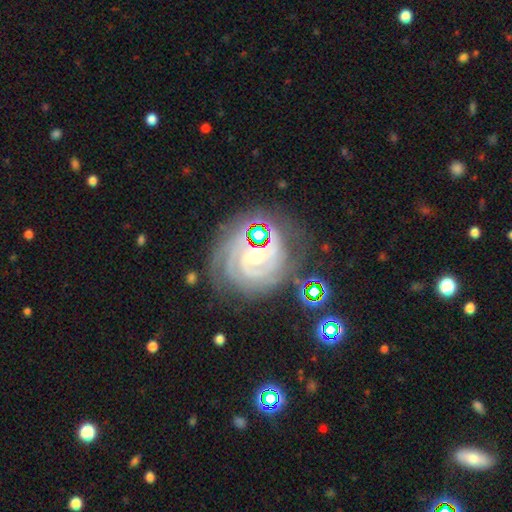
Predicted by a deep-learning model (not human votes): A featured or disk galaxy (84%) with no bar (48%), 2 (31%) tight (71%) spiral arms (96%) and a moderate central bulge (55%).

Vote fractions:
- Smooth or featured? featured or disk: 84% / star or artifact: 10% / smooth: 7%
- Edge-on disk? no: 97% / yes: 3%
- Bar? no: 48% / weak: 34% / strong: 18%
- Spiral arms? yes: 96% / no: 4%
- Spiral winding? tight: 71% / medium: 25% / loose: 5%
- Spiral arm count? 2: 31% / 3: 26% / can't tell: 22% / 4: 9% / 1: 6% / more than 4: 6%
- Bulge size? moderate: 55% / small: 38% / large: 4% / none: 2% / dominant: 1%
- Merging? none: 61% / minor disturbance: 20% / major disturbance: 12% / merger: 6%